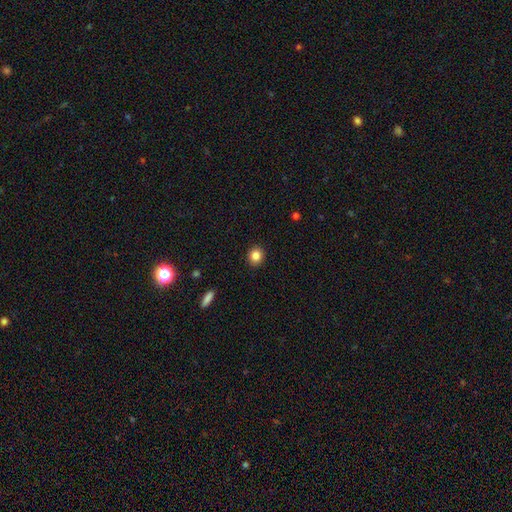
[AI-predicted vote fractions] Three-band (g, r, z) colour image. It shows a smooth galaxy with no disk features (85%) that is round (82%). Merging: none (92%).